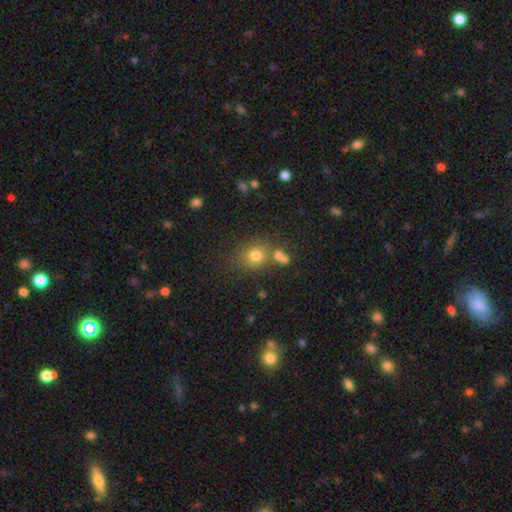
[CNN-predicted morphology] Smooth or featured? smooth (75%)
How rounded? round (70%)
Merging? none (63%)